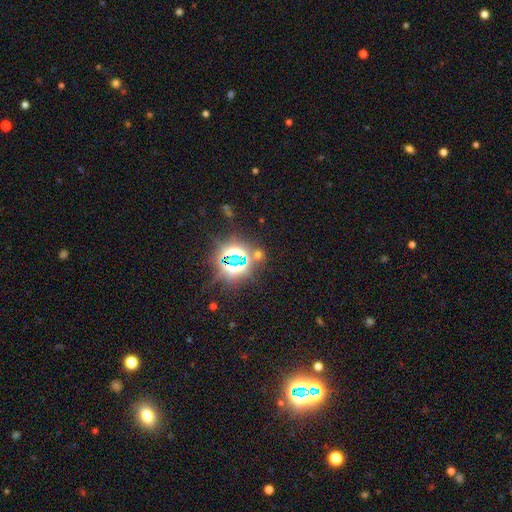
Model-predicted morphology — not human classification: smooth_or_featured: star or artifact (p=0.81) [alt: smooth p=0.11]